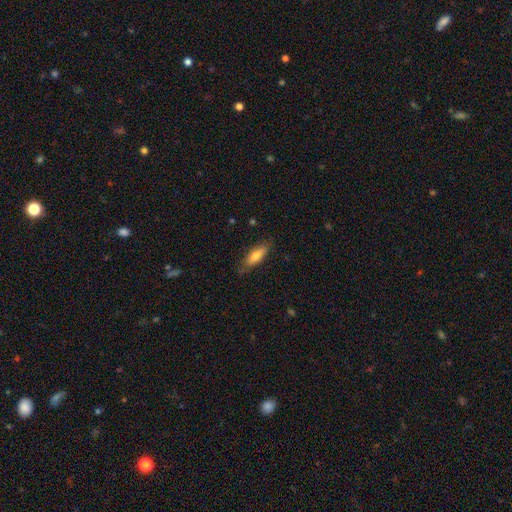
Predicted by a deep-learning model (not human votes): smooth 72%, featured or disk 21%, star or artifact 6%. Down the decision tree: how rounded — cigar-shaped (50%); merging — none (77%).